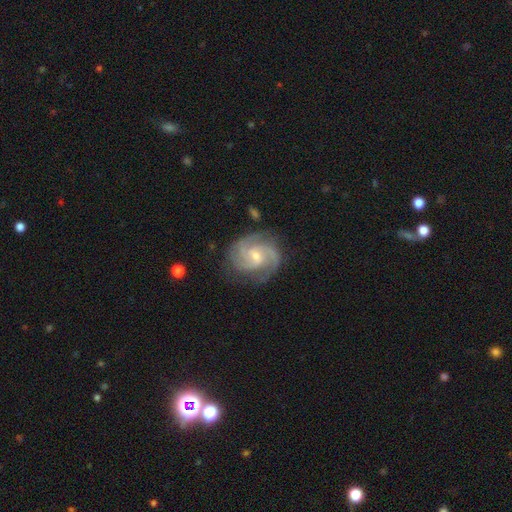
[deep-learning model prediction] Smooth or featured: featured or disk — 90% (smooth — 5%)
Edge-on disk: no — 98% (yes — 2%)
Bar: no — 46% (weak — 44%)
Spiral arms: yes — 98% (no — 2%)
Spiral winding: tight — 48% (medium — 45%)
Spiral arm count: 3 — 42% (2 — 36%)
Bulge size: small — 57% (moderate — 39%)
Merging: none — 78% (minor disturbance — 16%)